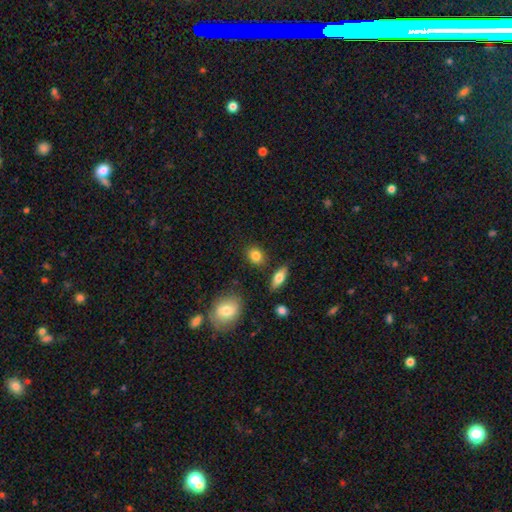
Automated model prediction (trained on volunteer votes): This is clearly a smooth galaxy (84%). How rounded: possibly in between (50%). Merging: clearly none (84%).